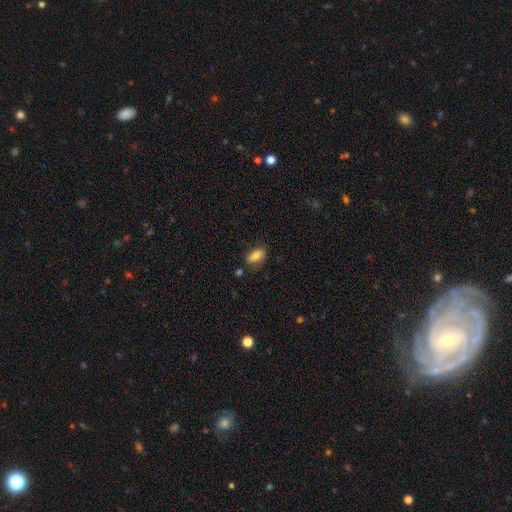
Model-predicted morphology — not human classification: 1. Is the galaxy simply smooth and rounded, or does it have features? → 81% smooth, 11% featured or disk, 8% star or artifact.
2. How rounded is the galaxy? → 86% in between, 10% cigar-shaped, 5% round.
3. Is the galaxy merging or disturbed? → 67% none, 22% minor disturbance, 6% major disturbance, 5% merger.